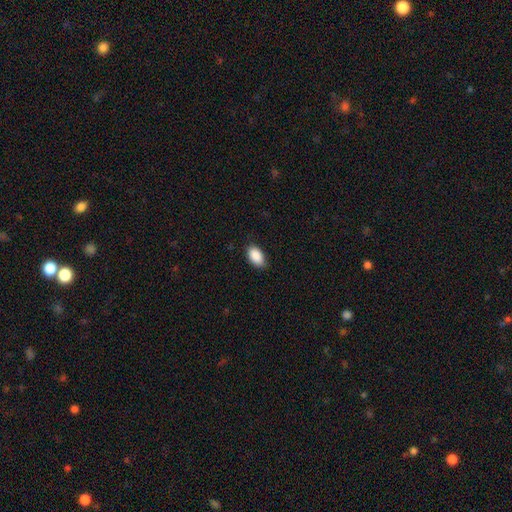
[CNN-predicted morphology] Q: Smooth or featured?
A: smooth (90%); runner-up: star or artifact (7%)
Q: How rounded?
A: in between (94%); runner-up: round (5%)
Q: Merging?
A: none (82%); runner-up: minor disturbance (15%)